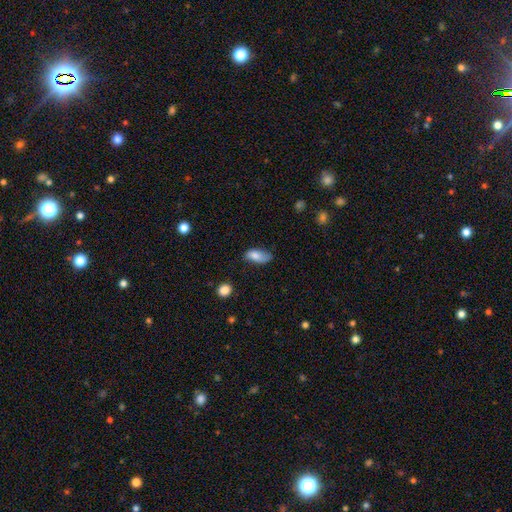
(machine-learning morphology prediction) smooth 78%, featured or disk 15%, star or artifact 7%. Down the decision tree: how rounded — in between (89%); merging — none (53%).